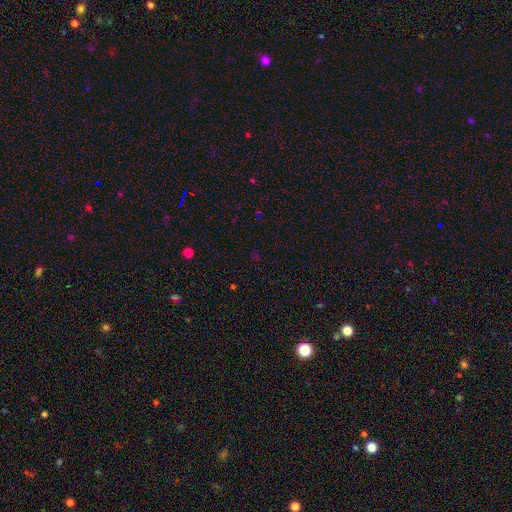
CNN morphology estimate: Smooth or featured? Predicted: star or artifact (p=0.64).